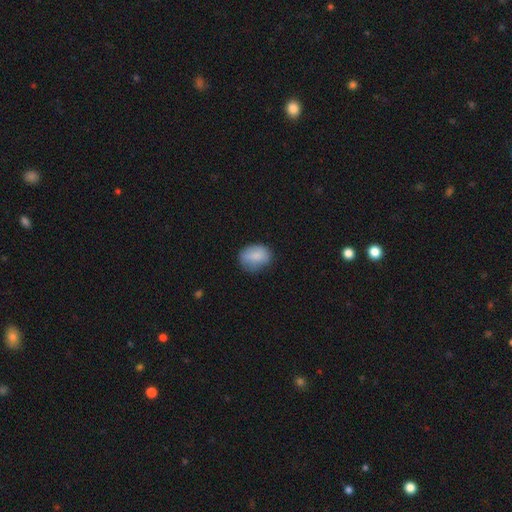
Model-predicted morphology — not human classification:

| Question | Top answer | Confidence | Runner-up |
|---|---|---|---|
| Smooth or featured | smooth | 83% | featured or disk (10%) |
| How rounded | in between | 63% | round (35%) |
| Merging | none | 68% | minor disturbance (24%) |